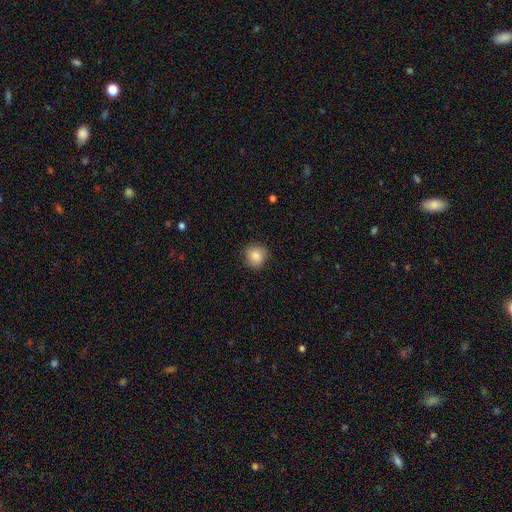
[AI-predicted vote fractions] Smooth or featured?
  - smooth: 86% *
  - star or artifact: 9%
  - featured or disk: 5%
How rounded?
  - round: 89% *
  - in between: 10%
  - cigar-shaped: 1%
Merging?
  - none: 86% *
  - minor disturbance: 10%
  - major disturbance: 2%
  - merger: 1%